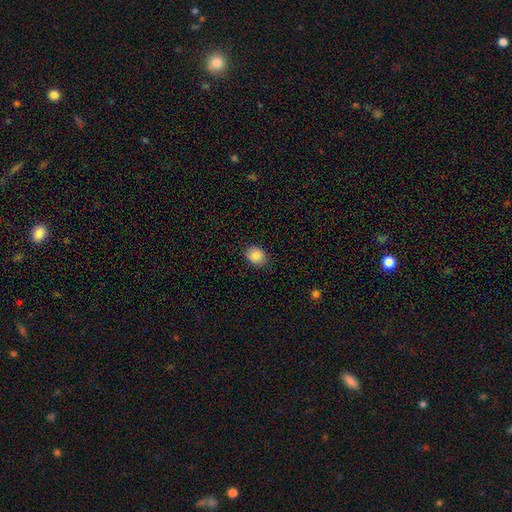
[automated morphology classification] smooth-or-featured: smooth: 88% | star or artifact: 8% | featured or disk: 4%
  how-rounded: round: 55% | in between: 44% | cigar-shaped: 1%
  merging: none: 87% | minor disturbance: 9% | major disturbance: 2% | merger: 1%